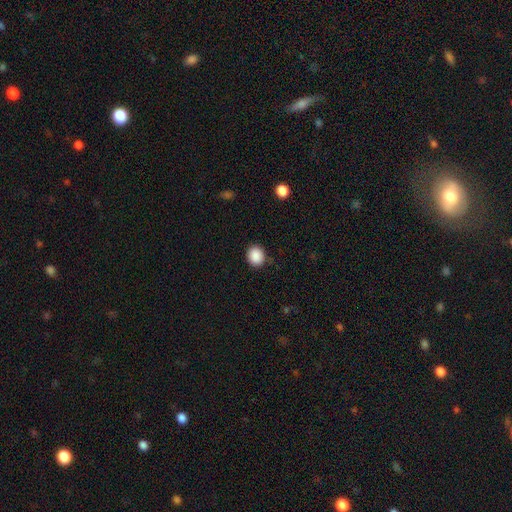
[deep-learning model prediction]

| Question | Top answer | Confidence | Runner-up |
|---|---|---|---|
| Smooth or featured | smooth | 89% | star or artifact (8%) |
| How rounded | round | 76% | in between (23%) |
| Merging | none | 88% | minor disturbance (9%) |